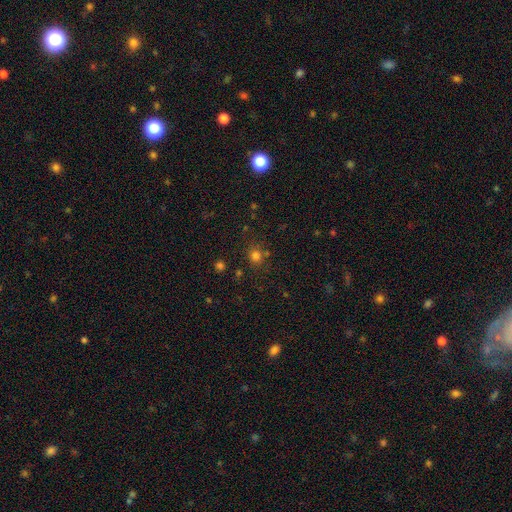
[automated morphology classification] A smooth galaxy with no disk features (75%) that is round (82%).

Vote fractions:
- Smooth or featured? smooth: 75% / star or artifact: 19% / featured or disk: 6%
- How rounded? round: 82% / in between: 17% / cigar-shaped: 1%
- Merging? none: 75% / minor disturbance: 12% / merger: 8% / major disturbance: 5%